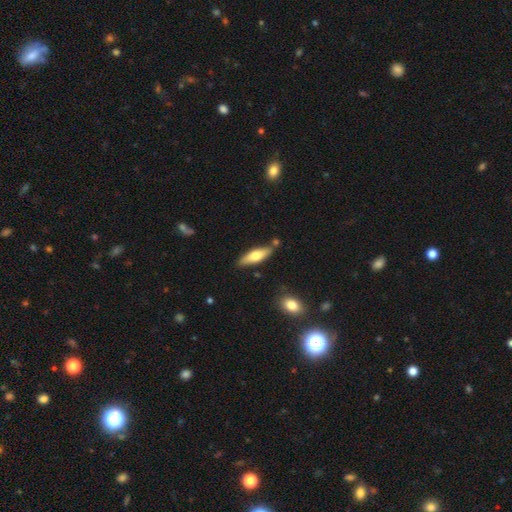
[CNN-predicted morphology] smooth-or-featured: smooth: 61% | featured or disk: 34% | star or artifact: 6%
  how-rounded: cigar-shaped: 55% | in between: 43% | round: 2%
  merging: none: 81% | minor disturbance: 12% | merger: 5% | major disturbance: 2%